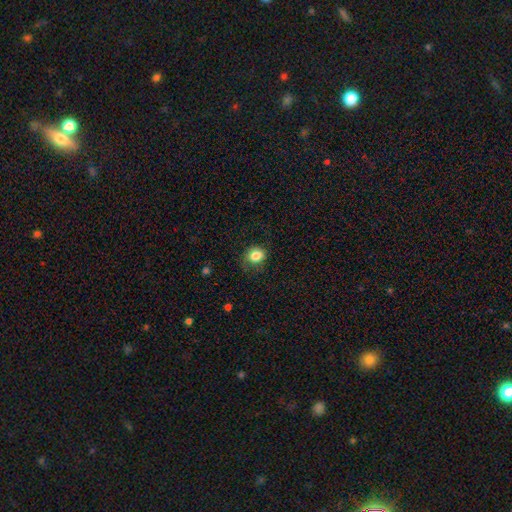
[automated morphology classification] smooth-or-featured: smooth: 83% | star or artifact: 10% | featured or disk: 7%
  how-rounded: round: 67% | in between: 32% | cigar-shaped: 1%
  merging: none: 70% | minor disturbance: 22% | major disturbance: 7% | merger: 1%